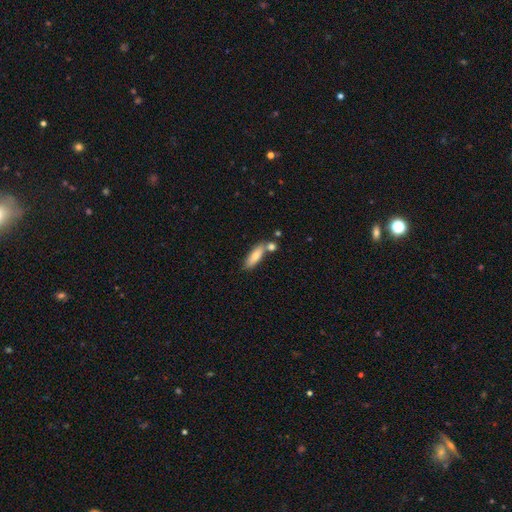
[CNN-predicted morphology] smooth_or_featured: smooth (p=0.77) [alt: featured or disk p=0.16]
how_rounded: cigar-shaped (p=0.49) [tied with: in between p=0.49]
merging: none (p=0.61) [alt: merger p=0.22]